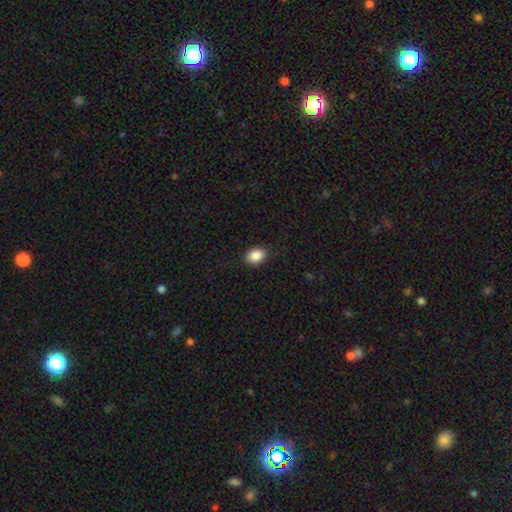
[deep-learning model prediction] Smooth or featured? Predicted: smooth (p=0.87). How rounded? Predicted: in between (p=0.74). Merging? Predicted: none (p=0.86).